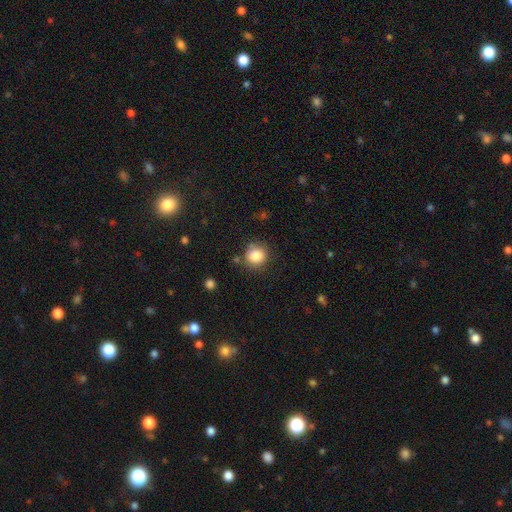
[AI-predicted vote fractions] This appears to be a smooth galaxy with no disk features (84%) that is round (88%). Merging: none (78%).